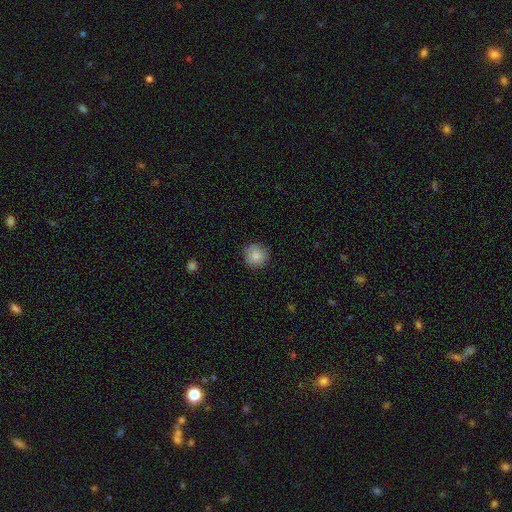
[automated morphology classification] A smooth galaxy with no disk features (85%) that is round (93%).

Vote fractions:
- Smooth or featured? smooth: 85% / star or artifact: 9% / featured or disk: 6%
- How rounded? round: 93% / in between: 6% / cigar-shaped: 1%
- Merging? none: 85% / minor disturbance: 12% / major disturbance: 2% / merger: 1%